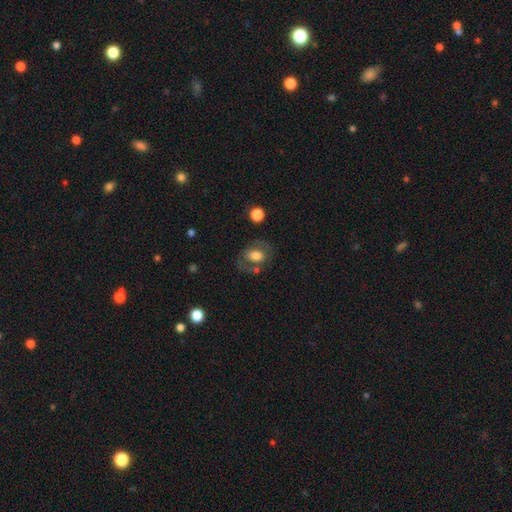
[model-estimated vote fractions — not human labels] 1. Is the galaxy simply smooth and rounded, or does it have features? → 59% smooth, 32% featured or disk, 9% star or artifact.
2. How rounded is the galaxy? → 70% in between, 29% round, 1% cigar-shaped.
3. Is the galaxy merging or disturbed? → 60% none, 18% minor disturbance, 12% major disturbance, 9% merger.